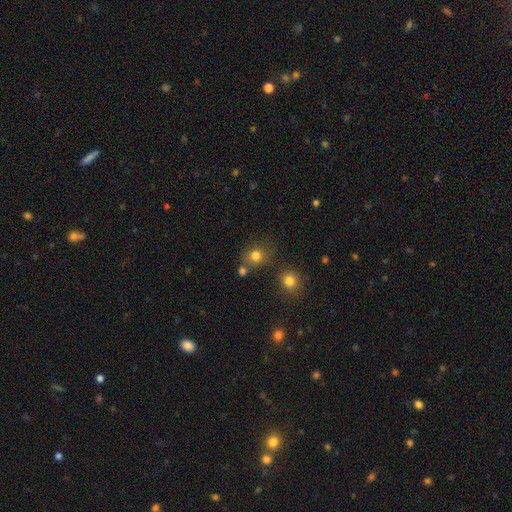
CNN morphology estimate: This is likely a smooth galaxy (78%). How rounded: likely round (75%). Merging: likely none (69%).